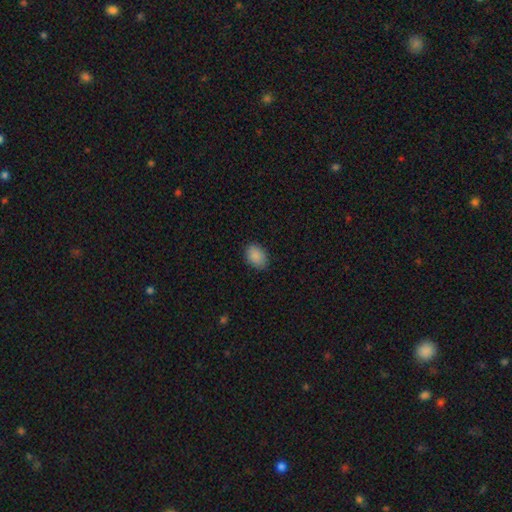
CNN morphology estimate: type=smooth (89%); roundness=in between (72%); merging=none (85%).